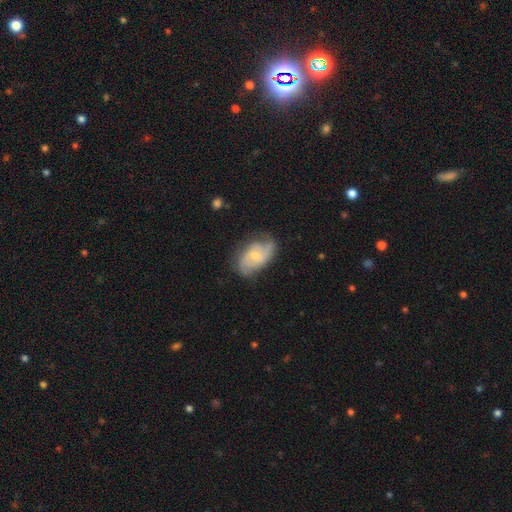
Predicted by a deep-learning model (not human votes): This is likely a featured or disk galaxy (70%). It is clearly not viewed edge-on (96%). Bar: possibly no (56%). Spiral arm pattern: clearly yes (91%). Spiral arm count: likely 2 (65%). Spiral winding: marginally medium (45%). Central bulge: possibly small (59%). Merging: likely none (63%).